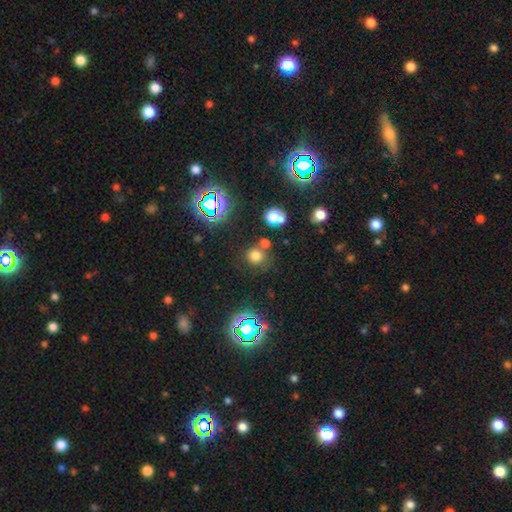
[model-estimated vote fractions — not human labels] A smooth galaxy with no disk features (68%) that is round (88%). Merging: none (69%).